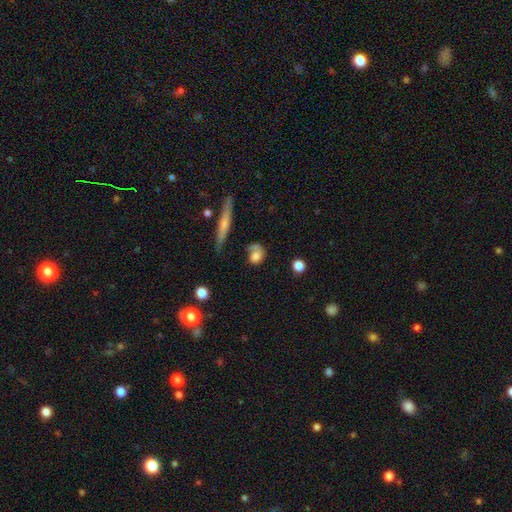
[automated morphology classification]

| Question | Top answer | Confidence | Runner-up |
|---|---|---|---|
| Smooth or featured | smooth | 71% | featured or disk (20%) |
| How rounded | round | 56% | in between (37%) |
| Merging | none | 48% | minor disturbance (26%) |